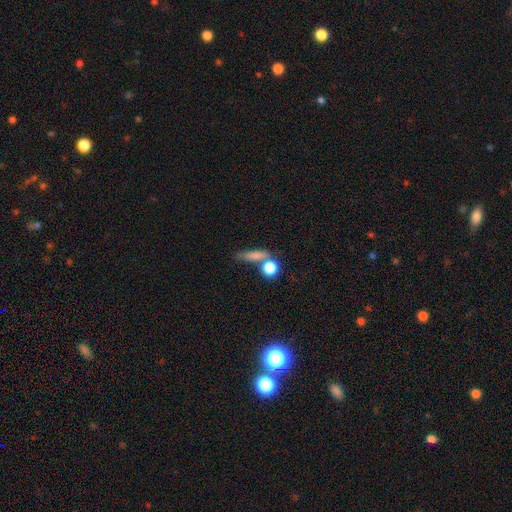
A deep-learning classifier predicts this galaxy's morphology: The model was most divided on "how rounded": cigar-shaped: 44%, round: 29%, in between: 26%. More confident: smooth or featured — smooth (75%); merging — none (54%).